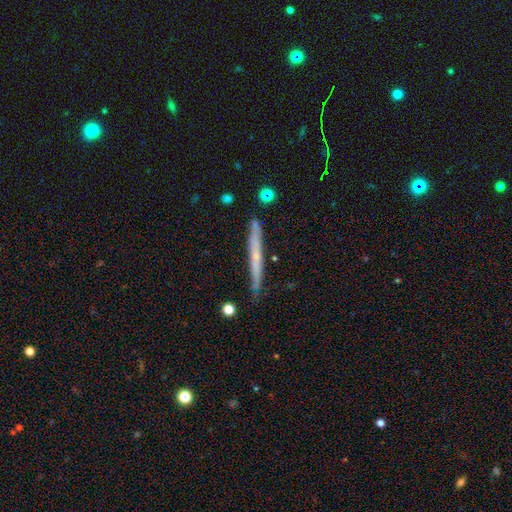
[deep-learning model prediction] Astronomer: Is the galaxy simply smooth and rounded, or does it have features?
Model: featured or disk — 50% (runner-up: smooth, 43%).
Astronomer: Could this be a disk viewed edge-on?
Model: yes — 95%.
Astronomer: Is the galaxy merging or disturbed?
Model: none — 83%.